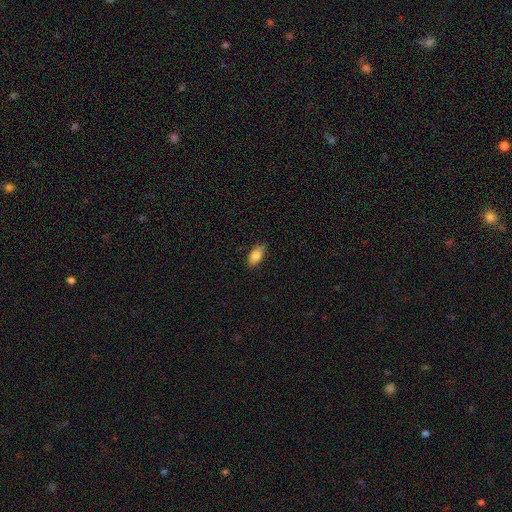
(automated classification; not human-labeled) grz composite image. It shows a smooth galaxy with no disk features (86%) that is in between round and cigar-shaped (90%). Merging: none (83%).